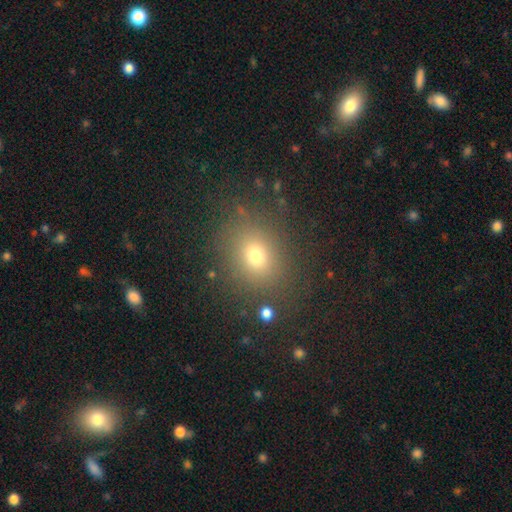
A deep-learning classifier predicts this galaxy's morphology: Smooth or featured? smooth (71%)
How rounded? round (57%)
Merging? none (83%)